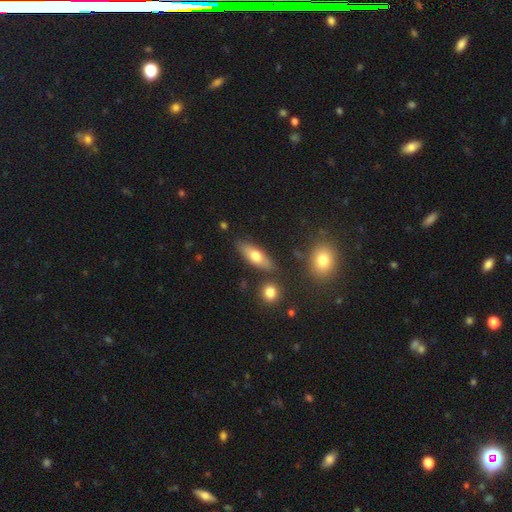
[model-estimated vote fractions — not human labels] Smooth or featured? Predicted: smooth (p=0.66). How rounded? Predicted: in between (p=0.68). Merging? Predicted: none (p=0.79).